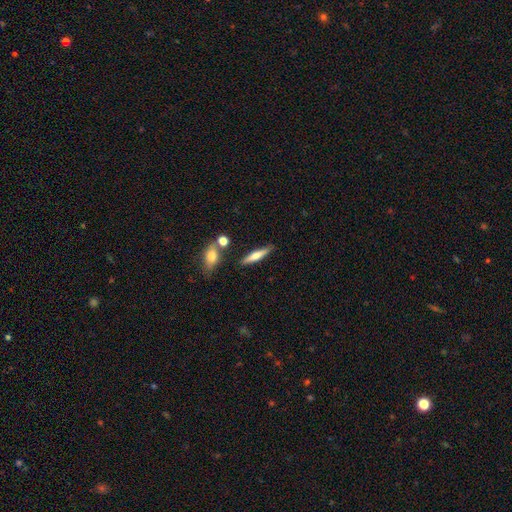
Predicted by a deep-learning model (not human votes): Smooth or featured?
  - smooth: 54% *
  - featured or disk: 39%
  - star or artifact: 7%
How rounded?
  - cigar-shaped: 83% *
  - in between: 15%
  - round: 2%
Merging?
  - none: 80% *
  - minor disturbance: 10%
  - merger: 7%
  - major disturbance: 3%